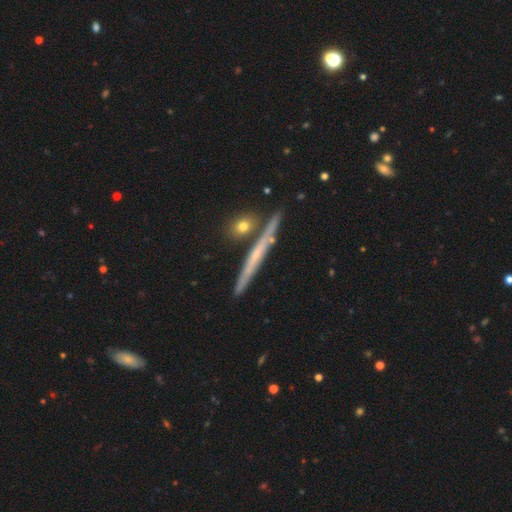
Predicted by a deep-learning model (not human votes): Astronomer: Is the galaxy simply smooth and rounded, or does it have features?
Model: featured or disk — 60%.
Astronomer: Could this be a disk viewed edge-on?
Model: yes — 94%.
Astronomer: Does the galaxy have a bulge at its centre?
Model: none — 74%.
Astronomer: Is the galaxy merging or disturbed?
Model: none — 81%.